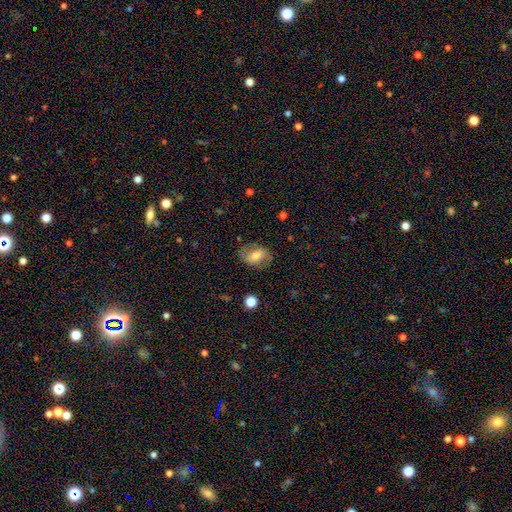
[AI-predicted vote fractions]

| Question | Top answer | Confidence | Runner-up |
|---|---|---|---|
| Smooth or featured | smooth | 46% | featured or disk (45%) |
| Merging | none | 71% | minor disturbance (18%) |